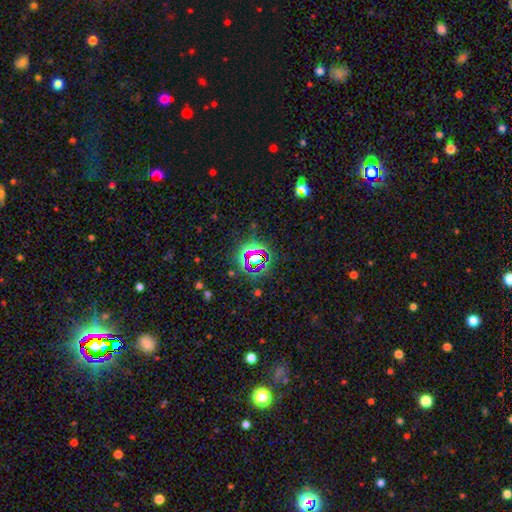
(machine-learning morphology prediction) Smooth or featured? Predicted: star or artifact (p=0.72).